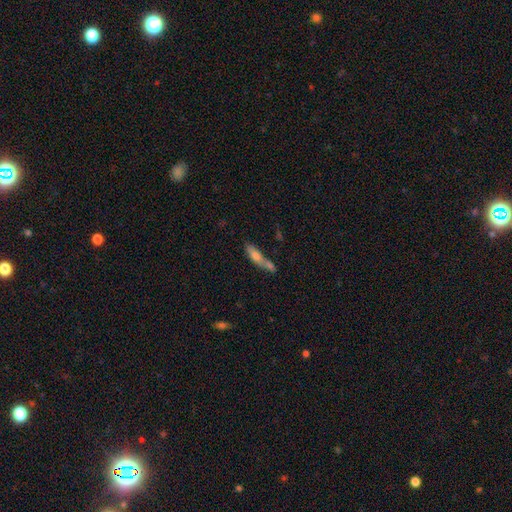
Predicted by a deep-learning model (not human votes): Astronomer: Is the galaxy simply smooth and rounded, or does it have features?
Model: smooth — 64%.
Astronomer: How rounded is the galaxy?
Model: cigar-shaped — 62%.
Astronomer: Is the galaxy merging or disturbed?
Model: merger — 45% (runner-up: none, 30%).